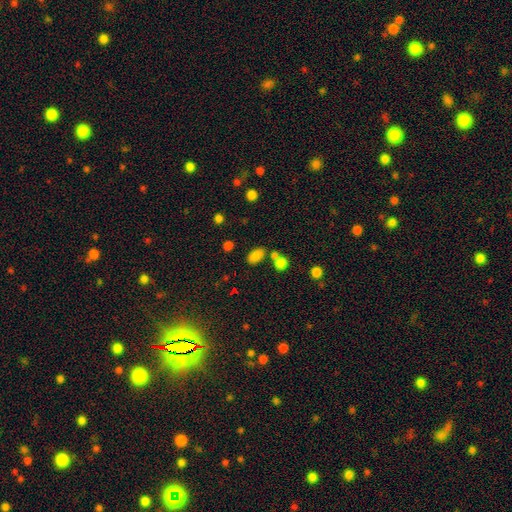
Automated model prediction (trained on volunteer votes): A smooth galaxy with no disk features (82%) that is in between round and cigar-shaped (89%).

Vote fractions:
- Smooth or featured? smooth: 82% / star or artifact: 12% / featured or disk: 5%
- How rounded? in between: 89% / round: 9% / cigar-shaped: 2%
- Merging? none: 65% / merger: 18% / minor disturbance: 13% / major disturbance: 5%